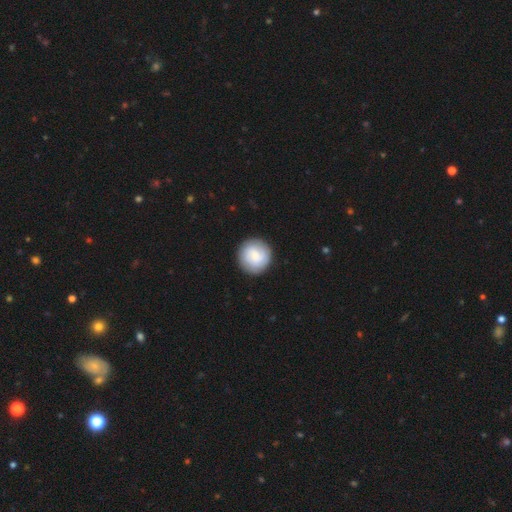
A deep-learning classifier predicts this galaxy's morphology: smooth_or_featured: smooth (p=0.69) [alt: featured or disk p=0.25]
how_rounded: round (p=0.94) [alt: in between p=0.05]
merging: none (p=0.88) [alt: minor disturbance p=0.08]